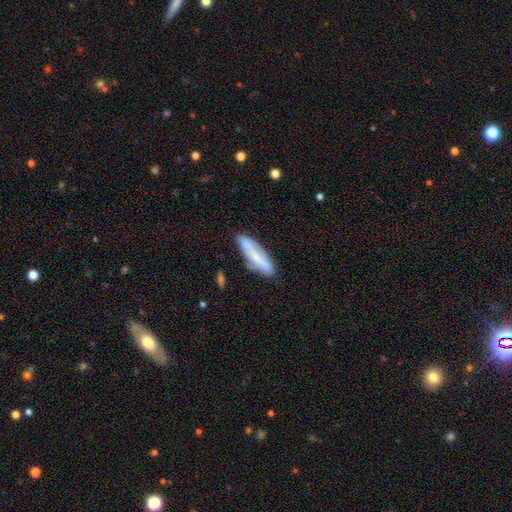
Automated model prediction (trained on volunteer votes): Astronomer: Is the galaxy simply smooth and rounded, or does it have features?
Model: smooth — 60%.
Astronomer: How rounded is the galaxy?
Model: cigar-shaped — 68%.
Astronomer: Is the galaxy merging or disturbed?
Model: none — 80%.